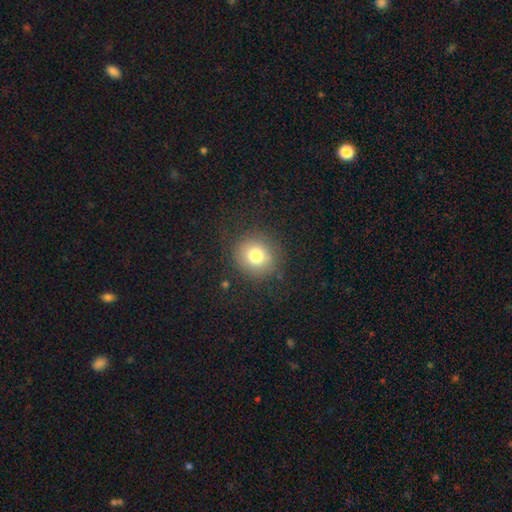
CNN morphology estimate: This appears to be a smooth galaxy with no disk features (77%) that is round (89%). Merging: none (84%).